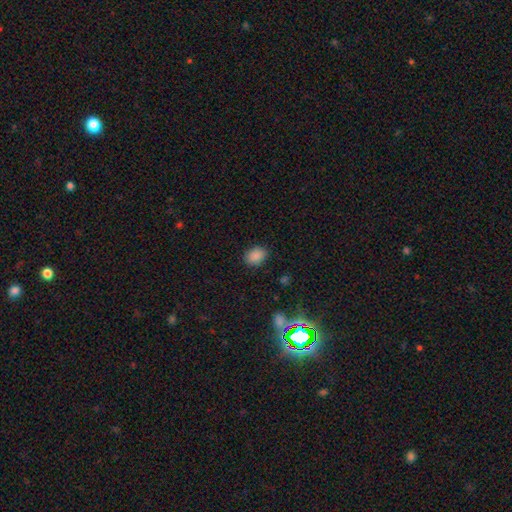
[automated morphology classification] type=smooth (86%); roundness=in between (65%); merging=none (85%).